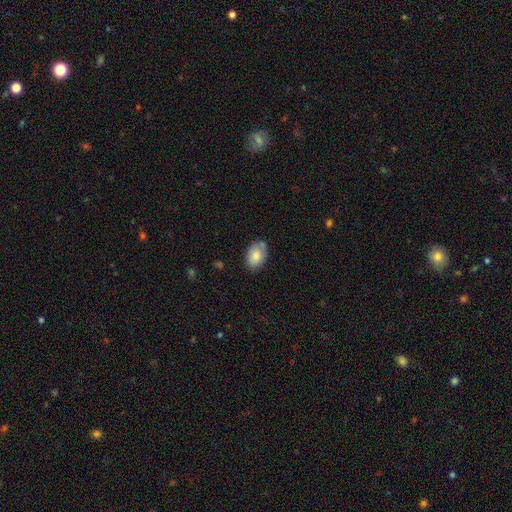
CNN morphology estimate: Smooth or featured?
  - smooth: 79% *
  - featured or disk: 14%
  - star or artifact: 7%
How rounded?
  - in between: 88% *
  - round: 11%
  - cigar-shaped: 1%
Merging?
  - none: 69% *
  - minor disturbance: 23%
  - major disturbance: 5%
  - merger: 4%